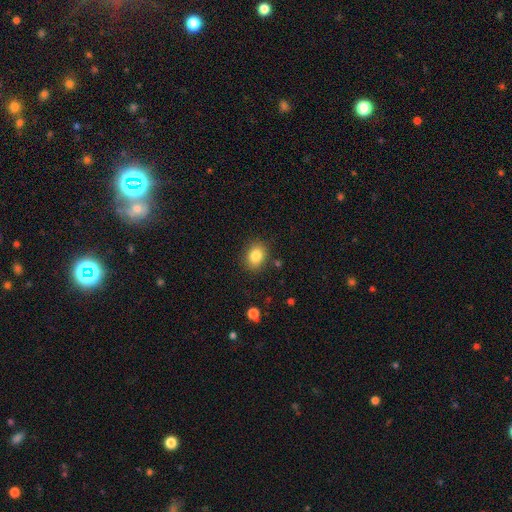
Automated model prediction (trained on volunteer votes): Smooth or featured?
  - smooth: 83% *
  - star or artifact: 10%
  - featured or disk: 7%
How rounded?
  - in between: 58% *
  - round: 41%
  - cigar-shaped: 1%
Merging?
  - none: 85% *
  - minor disturbance: 10%
  - major disturbance: 3%
  - merger: 2%